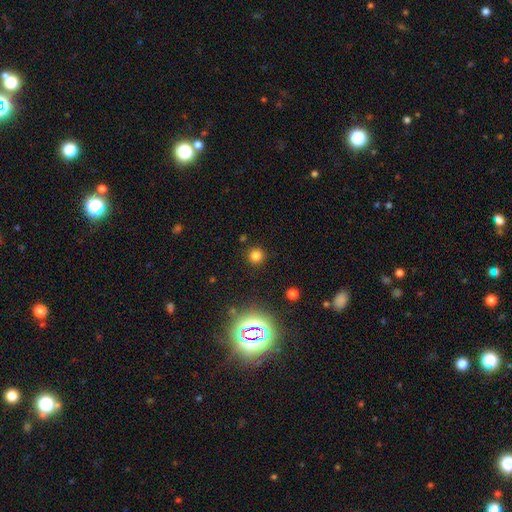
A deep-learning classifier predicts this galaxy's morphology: This appears to be a smooth galaxy with no disk features (76%) that is round (93%). Merging: none (89%).